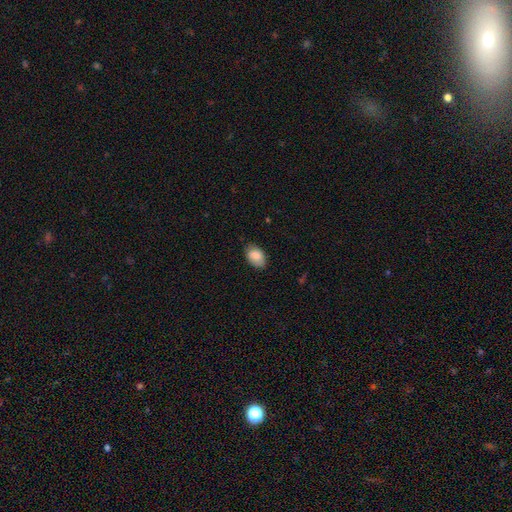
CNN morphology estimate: type=smooth (87%); roundness=in between (90%); merging=none (79%).